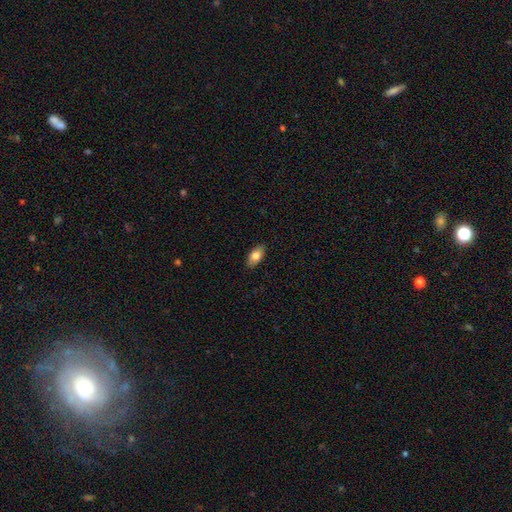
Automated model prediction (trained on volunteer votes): A smooth galaxy with no disk features (78%) that is in between round and cigar-shaped (90%). Merging: none (88%).